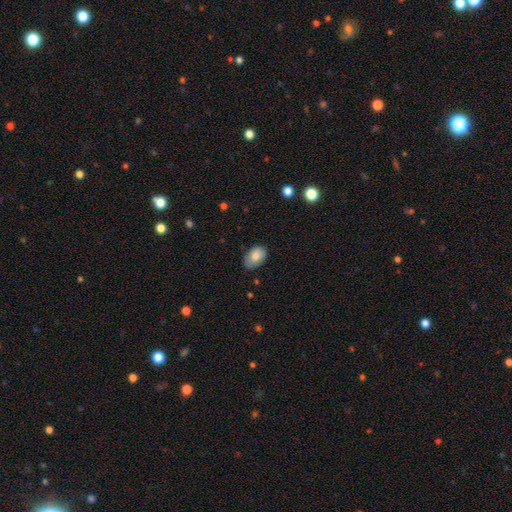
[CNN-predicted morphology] This is clearly a smooth galaxy (83%). How rounded: clearly in between (86%). Merging: likely none (71%).